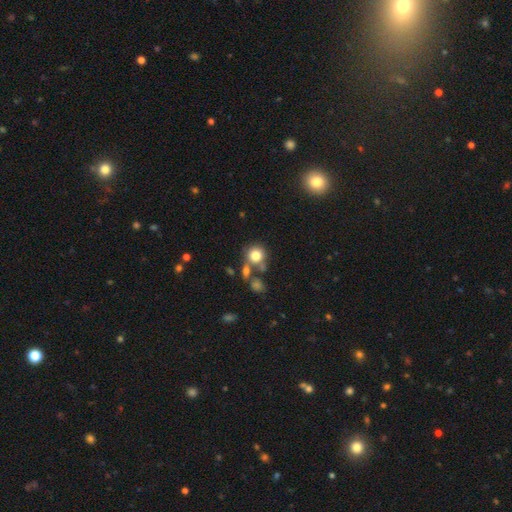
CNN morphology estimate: Smooth or featured? smooth (79%)
How rounded? round (87%)
Merging? none (59%)